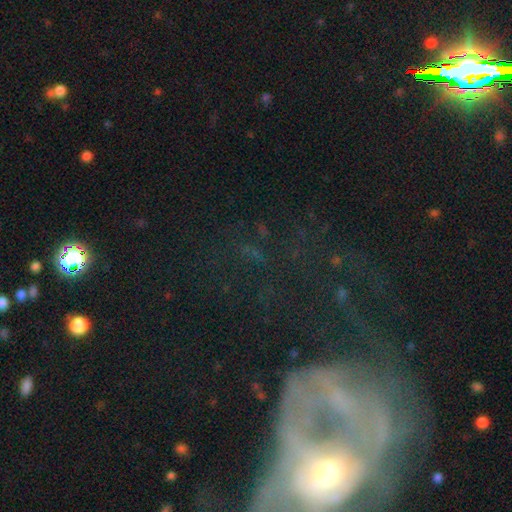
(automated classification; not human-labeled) Smooth or featured? star or artifact (47%)